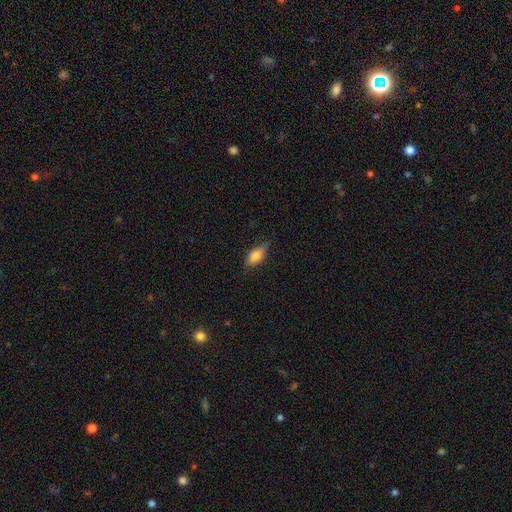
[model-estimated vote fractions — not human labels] This is likely a smooth galaxy (77%). How rounded: clearly in between (85%). Merging: likely none (74%).